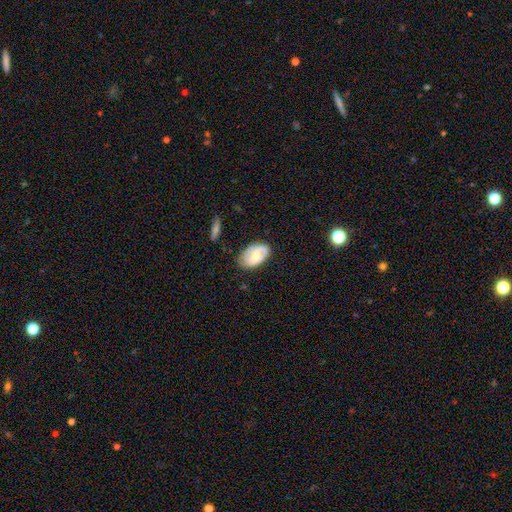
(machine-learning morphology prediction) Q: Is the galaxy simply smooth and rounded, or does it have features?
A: featured or disk — 50%.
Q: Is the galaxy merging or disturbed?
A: none — 74%.